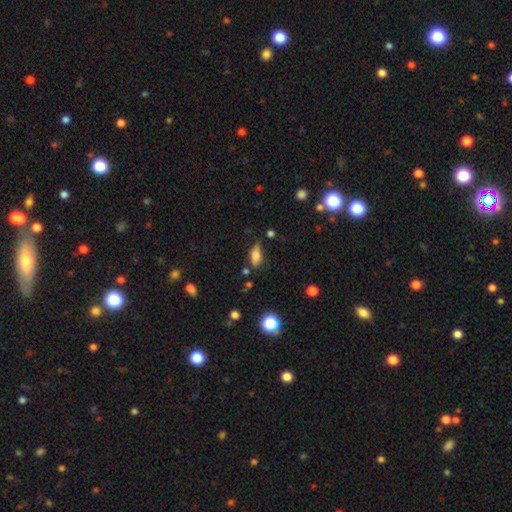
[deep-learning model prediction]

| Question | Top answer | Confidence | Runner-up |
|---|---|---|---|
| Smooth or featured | smooth | 74% | featured or disk (16%) |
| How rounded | in between | 83% | cigar-shaped (13%) |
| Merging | none | 66% | minor disturbance (23%) |